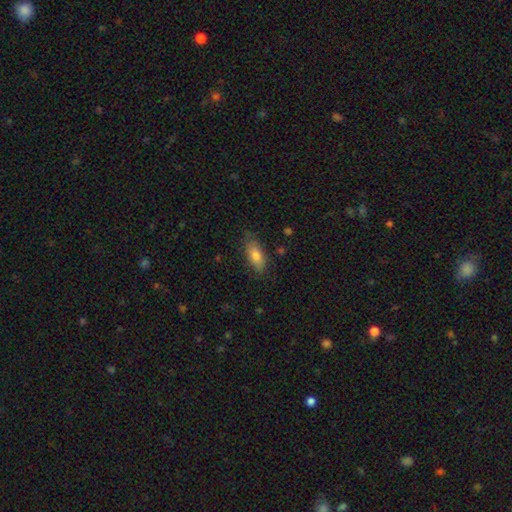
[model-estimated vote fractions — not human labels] smooth-or-featured: smooth: 78% | featured or disk: 15% | star or artifact: 7%
  how-rounded: in between: 82% | cigar-shaped: 15% | round: 3%
  merging: none: 77% | minor disturbance: 18% | major disturbance: 4% | merger: 2%